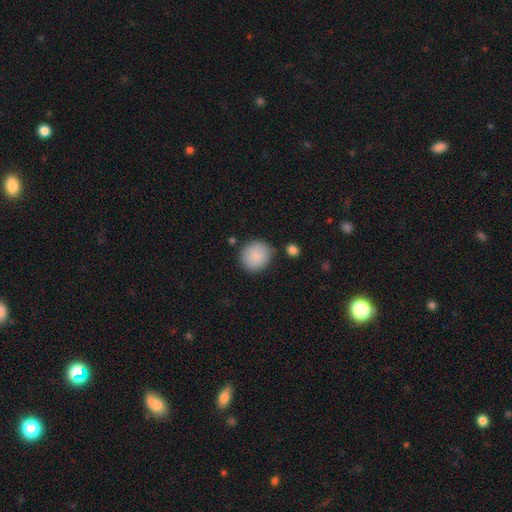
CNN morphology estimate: The model was most divided on "merging": none: 81%, minor disturbance: 11%, merger: 5%, major disturbance: 3%. More confident: how rounded — round (90%); smooth or featured — smooth (87%).